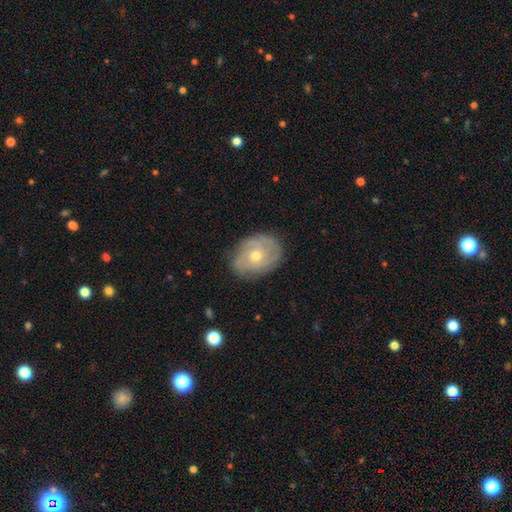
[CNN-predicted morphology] Smooth or featured?
  - featured or disk: 75% *
  - smooth: 18%
  - star or artifact: 7%
Edge-on disk?
  - no: 97% *
  - yes: 3%
Bar?
  - no: 79% *
  - weak: 18%
  - strong: 3%
Spiral arms?
  - yes: 90% *
  - no: 10%
Spiral winding?
  - tight: 62% *
  - medium: 29%
  - loose: 9%
Spiral arm count?
  - can't tell: 36% *
  - 3: 24%
  - 2: 19%
  - 4: 11%
  - 1: 5%
  - more than 4: 5%
Bulge size?
  - moderate: 55% *
  - small: 42%
  - large: 1%
  - none: 1%
  - dominant: 1%
Merging?
  - none: 78% *
  - minor disturbance: 16%
  - major disturbance: 4%
  - merger: 1%